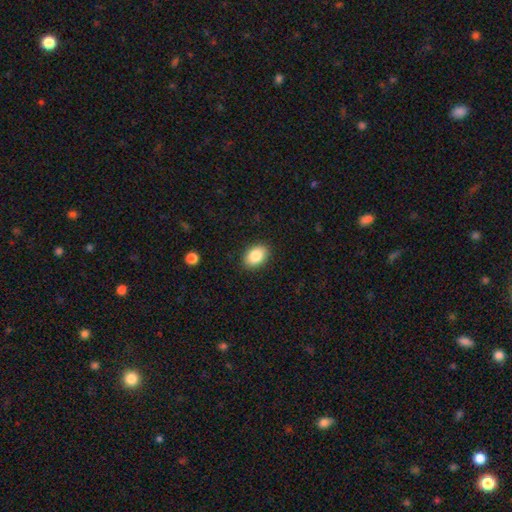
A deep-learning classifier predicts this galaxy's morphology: smooth_or_featured: smooth (p=0.85) [alt: star or artifact p=0.08]
how_rounded: in between (p=0.82) [alt: round p=0.17]
merging: none (p=0.88) [alt: minor disturbance p=0.09]